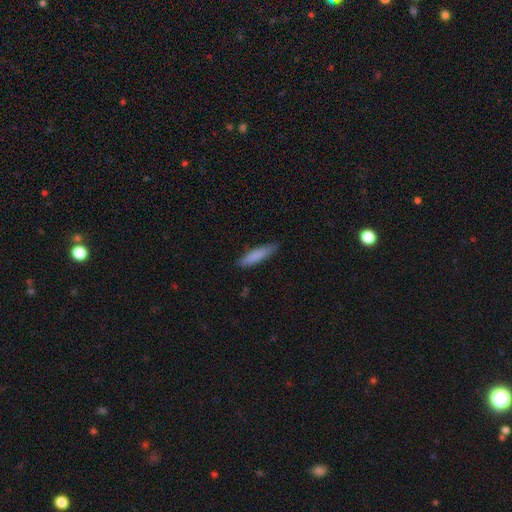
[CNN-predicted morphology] Q: Smooth or featured?
A: smooth (83%); runner-up: featured or disk (12%)
Q: How rounded?
A: cigar-shaped (83%); runner-up: in between (15%)
Q: Merging?
A: none (84%); runner-up: minor disturbance (13%)